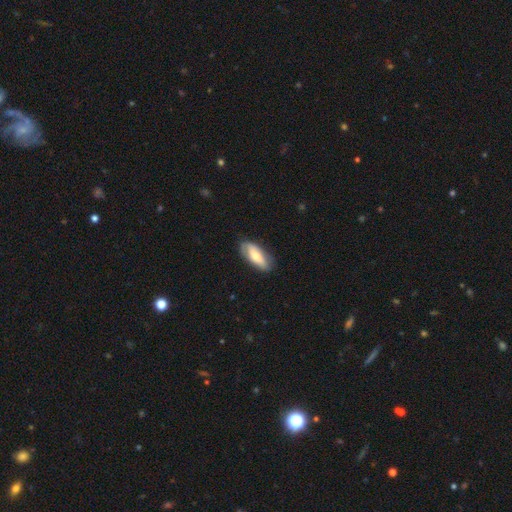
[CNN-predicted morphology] smooth_or_featured: smooth (p=0.60) [alt: featured or disk p=0.34]
how_rounded: in between (p=0.78) [alt: cigar-shaped p=0.19]
merging: none (p=0.76) [alt: minor disturbance p=0.18]